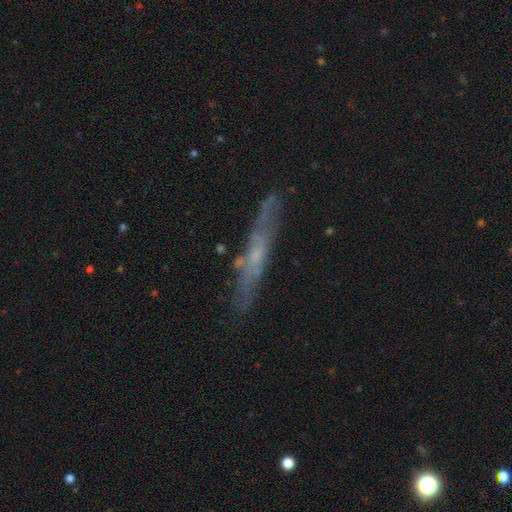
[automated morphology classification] Overall: featured or disk (59%; smooth 34%). Edge-on disk: yes (75%). Merging: none (77%).